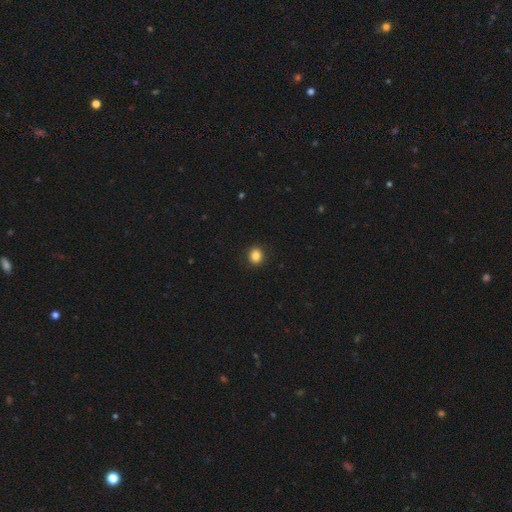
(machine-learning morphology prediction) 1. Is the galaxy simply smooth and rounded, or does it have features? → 85% smooth, 11% star or artifact, 5% featured or disk.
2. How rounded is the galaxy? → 77% round, 22% in between, 1% cigar-shaped.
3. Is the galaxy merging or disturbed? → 90% none, 7% minor disturbance, 2% major disturbance, 1% merger.